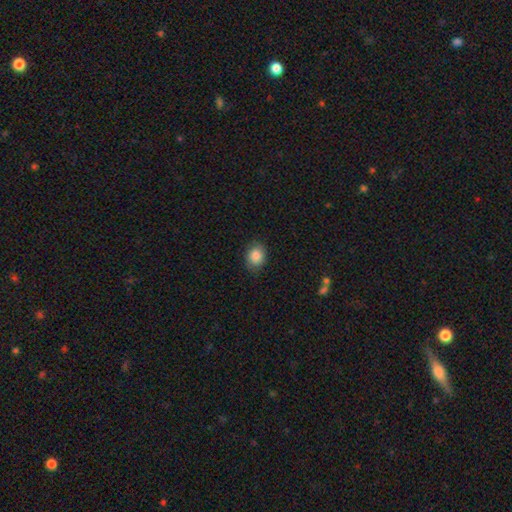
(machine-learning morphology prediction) type=smooth (87%); roundness=in between (56%); merging=none (81%).